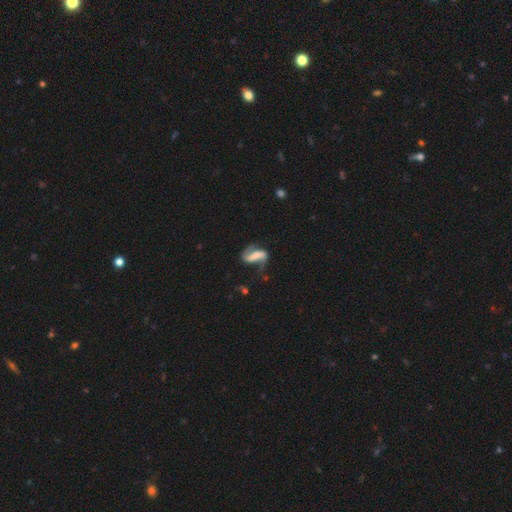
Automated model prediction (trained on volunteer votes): Q: Smooth or featured?
A: featured or disk (76%); runner-up: smooth (16%)
Q: Edge-on disk?
A: no (95%); runner-up: yes (5%)
Q: Bar?
A: strong (56%); runner-up: weak (27%)
Q: Spiral arms?
A: yes (91%); runner-up: no (9%)
Q: Spiral winding?
A: loose (57%); runner-up: medium (33%)
Q: Spiral arm count?
A: 2 (86%); runner-up: 1 (8%)
Q: Bulge size?
A: none (47%); runner-up: small (21%)
Q: Merging?
A: none (55%); runner-up: minor disturbance (22%)